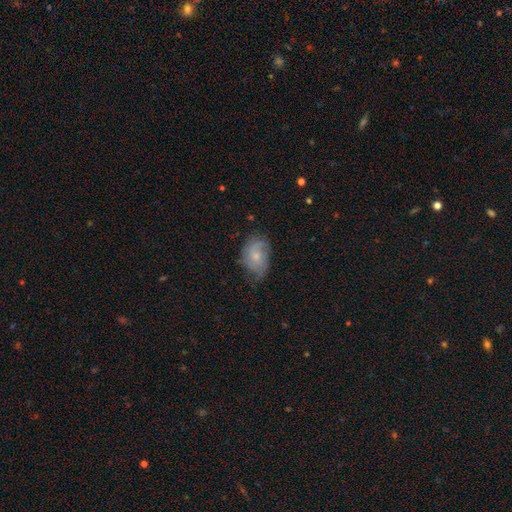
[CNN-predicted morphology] A featured or disk galaxy (48%).

Vote fractions:
- Smooth or featured? featured or disk: 48% / smooth: 44% / star or artifact: 8%
- Merging? none: 55% / minor disturbance: 32% / major disturbance: 12% / merger: 1%